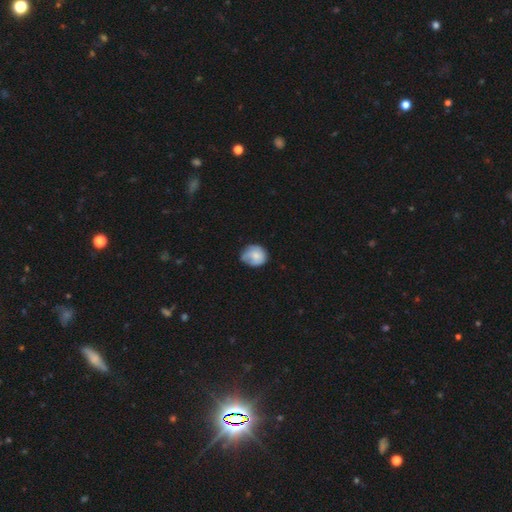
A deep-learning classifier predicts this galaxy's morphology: This is likely a smooth galaxy (69%). How rounded: likely round (72%). Merging: possibly none (54%).